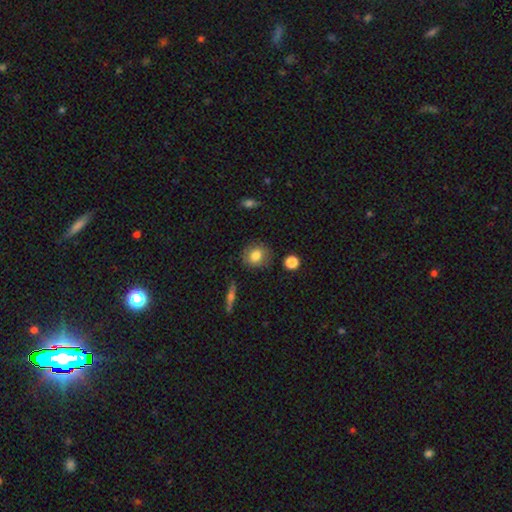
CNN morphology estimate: Overall: smooth (79%). How rounded: round (74%). Merging: none (84%).